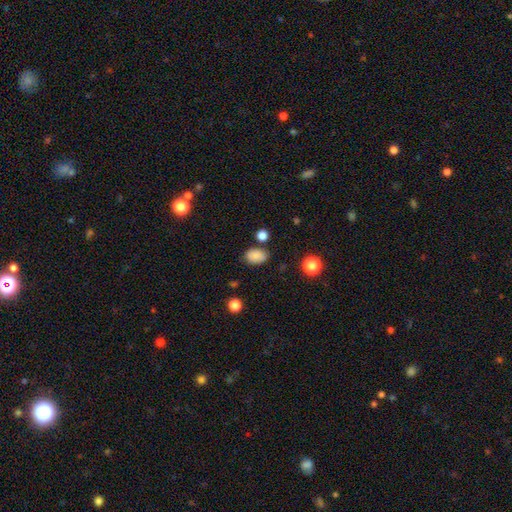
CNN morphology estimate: smooth 85%, star or artifact 10%, featured or disk 5%. Down the decision tree: how rounded — in between (83%); merging — none (76%).